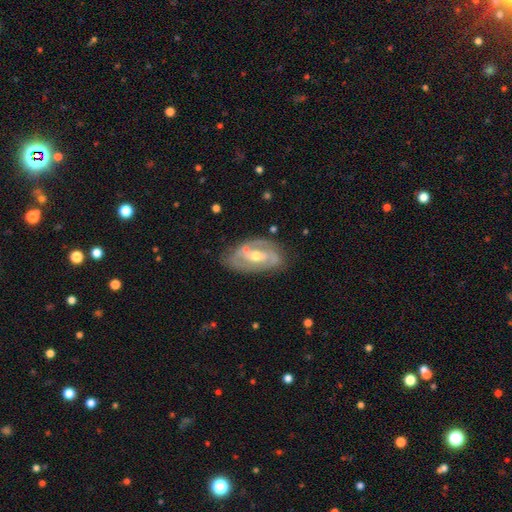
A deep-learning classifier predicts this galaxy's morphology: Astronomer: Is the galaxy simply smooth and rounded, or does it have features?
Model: featured or disk — 82%.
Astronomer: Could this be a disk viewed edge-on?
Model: no — 94%.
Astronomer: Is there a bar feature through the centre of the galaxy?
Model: weak — 39% (runner-up: no, 37%).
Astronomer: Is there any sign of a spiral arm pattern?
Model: yes — 85%.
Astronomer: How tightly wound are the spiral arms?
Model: tight — 45% (runner-up: medium, 40%).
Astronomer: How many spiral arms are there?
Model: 2 — 68%.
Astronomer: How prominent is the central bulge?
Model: moderate — 61%.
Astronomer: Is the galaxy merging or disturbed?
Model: none — 68%.